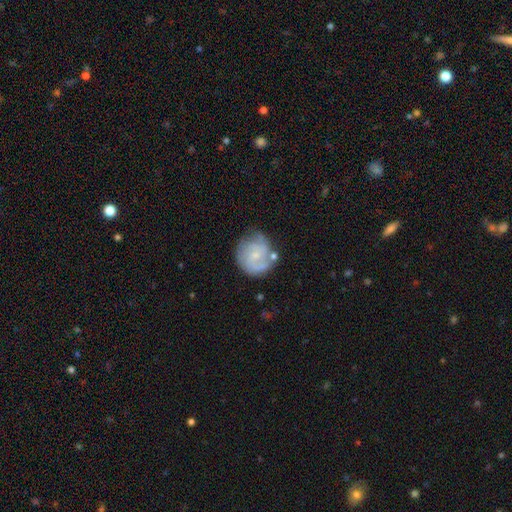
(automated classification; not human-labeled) Smooth or featured? Predicted: featured or disk (p=0.66). Edge-on disk? Predicted: no (p=0.98). Bar? Predicted: no (p=0.64). Spiral arms? Predicted: yes (p=0.87). Spiral winding? Predicted: tight (p=0.50). Spiral arm count? Predicted: 2 (p=0.32). Bulge size? Predicted: small (p=0.70). Merging? Predicted: none (p=0.61).